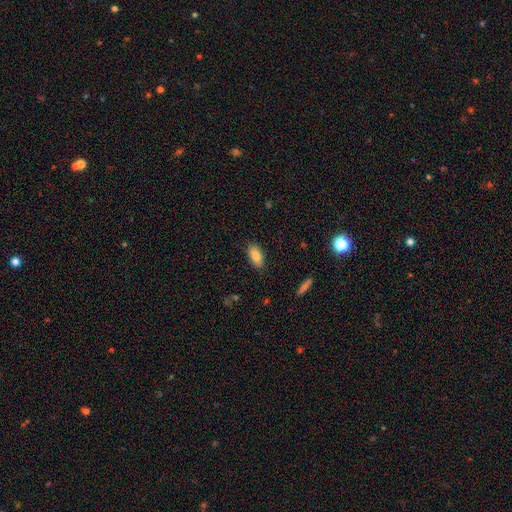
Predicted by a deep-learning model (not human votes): smooth 86%, star or artifact 7%, featured or disk 6%. Down the decision tree: how rounded — in between (89%); merging — none (86%).